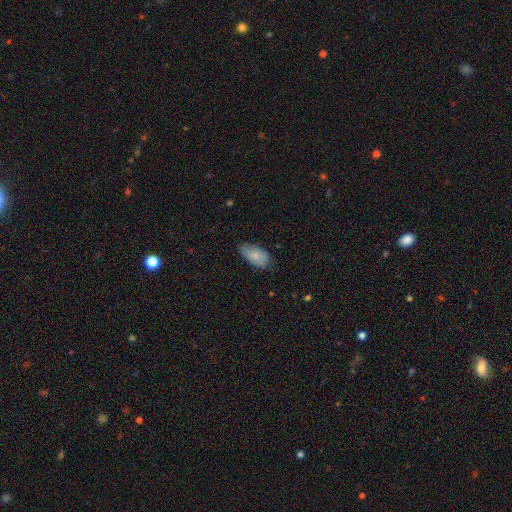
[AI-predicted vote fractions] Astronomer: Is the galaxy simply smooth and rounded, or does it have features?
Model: smooth — 79%.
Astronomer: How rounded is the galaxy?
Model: in between — 93%.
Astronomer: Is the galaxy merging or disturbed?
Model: none — 62%.